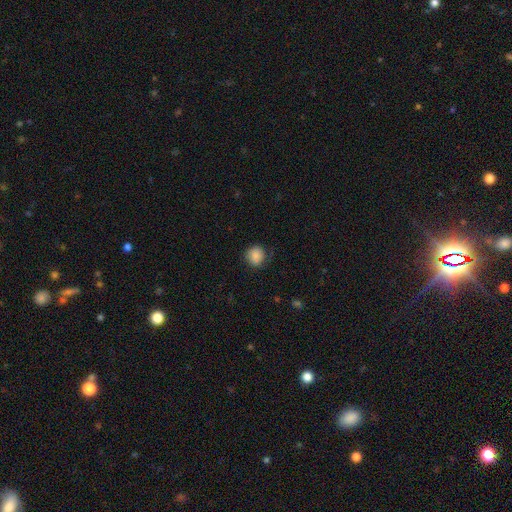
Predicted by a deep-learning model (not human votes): A smooth galaxy with no disk features (85%) that is round (81%). Merging: none (75%).